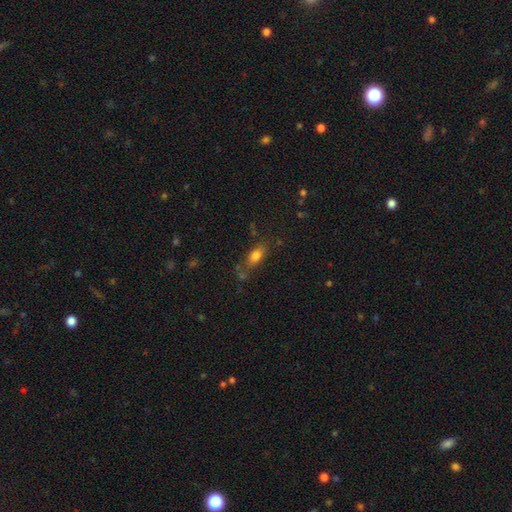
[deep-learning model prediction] Overall: smooth (78%). How rounded: in between (79%). Merging: none (63%).